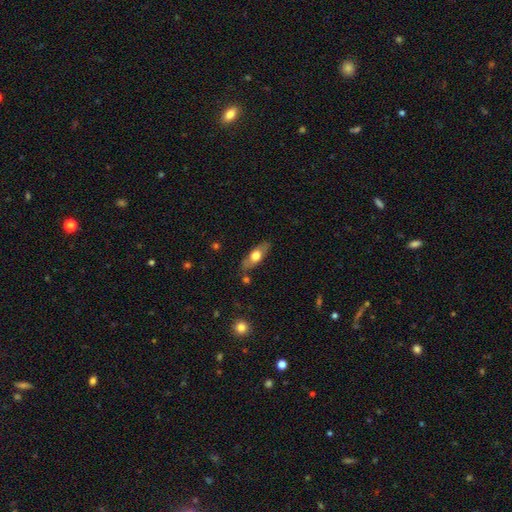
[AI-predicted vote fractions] Smooth or featured?
  - smooth: 58% *
  - featured or disk: 36%
  - star or artifact: 6%
How rounded?
  - in between: 68% *
  - cigar-shaped: 28%
  - round: 4%
Merging?
  - none: 79% *
  - minor disturbance: 15%
  - major disturbance: 3%
  - merger: 3%